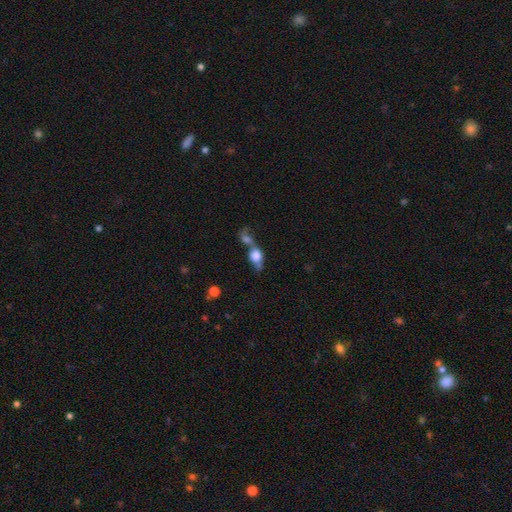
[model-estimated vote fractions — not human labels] Smooth or featured? smooth (62%)
How rounded? in between (59%)
Merging? merger (69%)